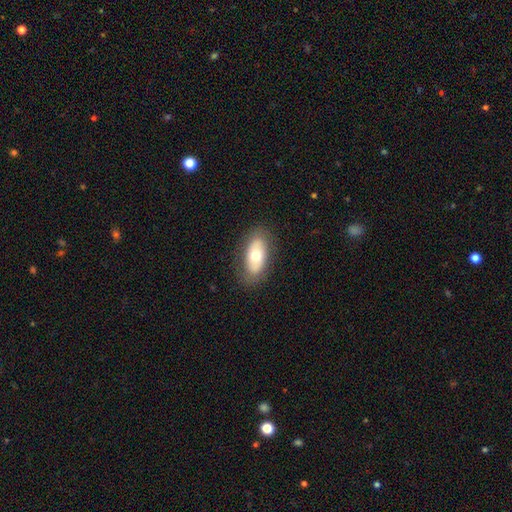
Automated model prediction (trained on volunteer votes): Smooth or featured? Predicted: smooth (p=0.60). How rounded? Predicted: in between (p=0.91). Merging? Predicted: none (p=0.82).